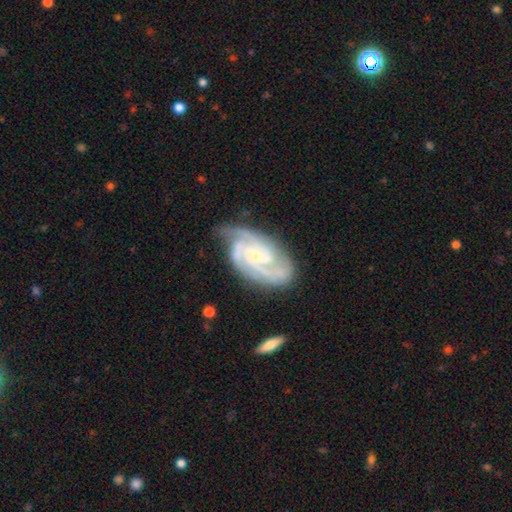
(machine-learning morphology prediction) Smooth or featured: featured or disk — 91% (smooth — 5%)
Edge-on disk: no — 97% (yes — 3%)
Bar: no — 48% (weak — 40%)
Spiral arms: yes — 98% (no — 2%)
Spiral winding: tight — 58% (medium — 37%)
Spiral arm count: 3 — 41% (2 — 33%)
Bulge size: small — 73% (moderate — 21%)
Merging: none — 68% (minor disturbance — 22%)